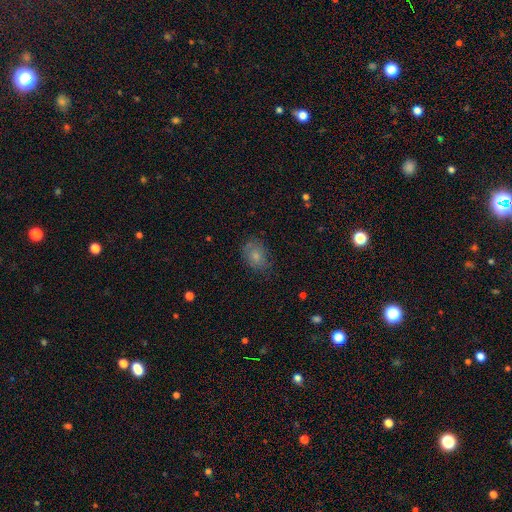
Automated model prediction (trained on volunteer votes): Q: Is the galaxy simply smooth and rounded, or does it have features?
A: smooth — 77%.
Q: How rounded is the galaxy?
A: in between — 69%.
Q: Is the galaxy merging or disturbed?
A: none — 72%.